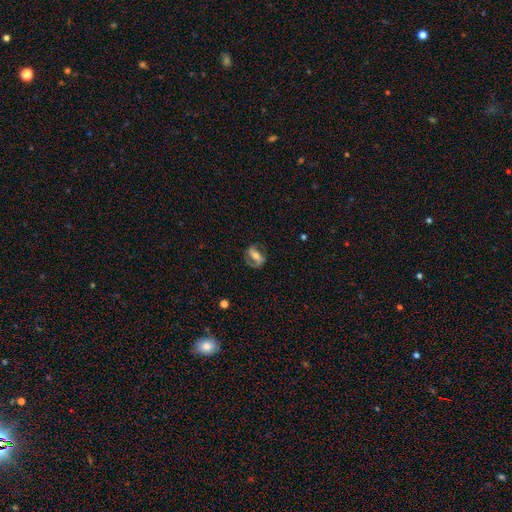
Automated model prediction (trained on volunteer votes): Q: Smooth or featured?
A: featured or disk (63%); runner-up: smooth (30%)
Q: Edge-on disk?
A: no (94%); runner-up: yes (6%)
Q: Bar?
A: strong (43%); runner-up: weak (31%)
Q: Spiral arms?
A: yes (76%); runner-up: no (24%)
Q: Bulge size?
A: moderate (60%); runner-up: small (27%)
Q: Merging?
A: none (63%); runner-up: minor disturbance (20%)